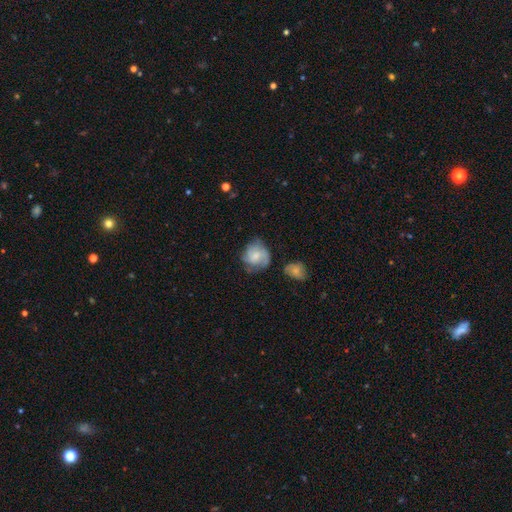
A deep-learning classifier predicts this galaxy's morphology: smooth_or_featured: featured or disk (p=0.49) [alt: smooth p=0.43]
merging: none (p=0.55) [alt: minor disturbance p=0.27]